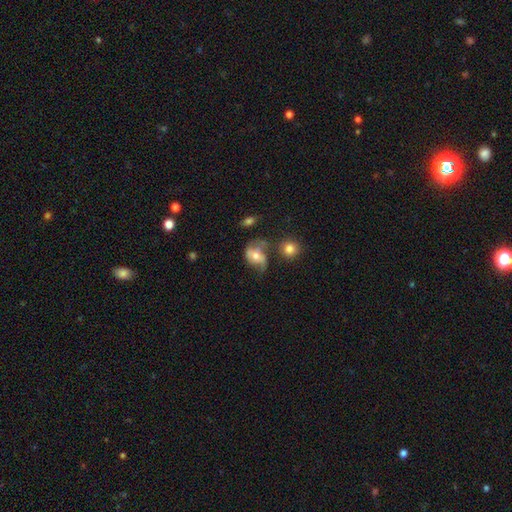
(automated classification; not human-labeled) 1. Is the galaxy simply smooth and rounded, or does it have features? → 54% featured or disk, 37% smooth, 9% star or artifact.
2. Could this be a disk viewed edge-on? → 96% no, 4% yes.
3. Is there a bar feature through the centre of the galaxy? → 64% no, 28% weak, 8% strong.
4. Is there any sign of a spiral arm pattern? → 76% yes, 24% no.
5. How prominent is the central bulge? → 66% moderate, 22% small, 8% large, 2% none, 1% dominant.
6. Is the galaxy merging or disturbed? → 34% none, 26% major disturbance, 25% minor disturbance, 15% merger.